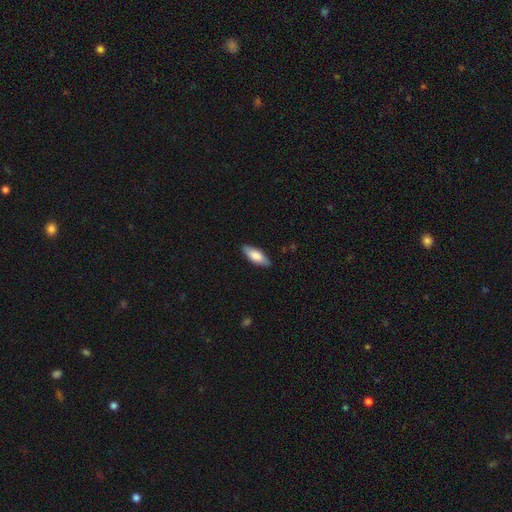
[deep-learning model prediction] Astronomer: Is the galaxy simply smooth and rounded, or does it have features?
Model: smooth — 79%.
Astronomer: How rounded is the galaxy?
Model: in between — 76%.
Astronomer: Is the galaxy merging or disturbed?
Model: none — 86%.